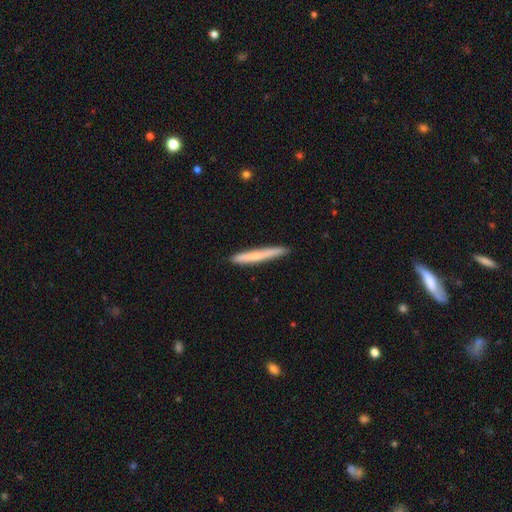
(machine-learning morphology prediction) Smooth or featured: smooth — 62% (featured or disk — 33%)
How rounded: cigar-shaped — 96% (in between — 2%)
Merging: none — 90% (minor disturbance — 8%)